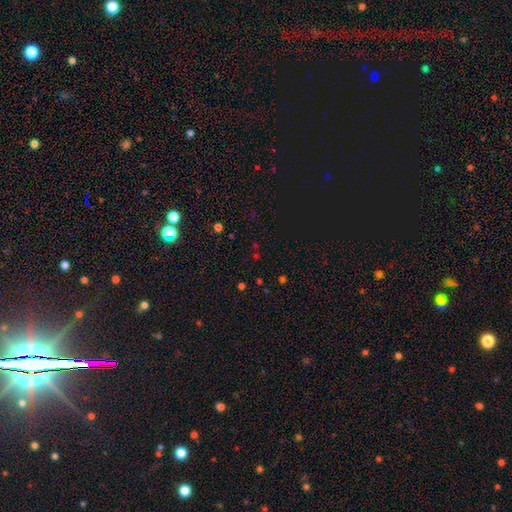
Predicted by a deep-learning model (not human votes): Smooth or featured?
  - star or artifact: 58% *
  - smooth: 35%
  - featured or disk: 7%